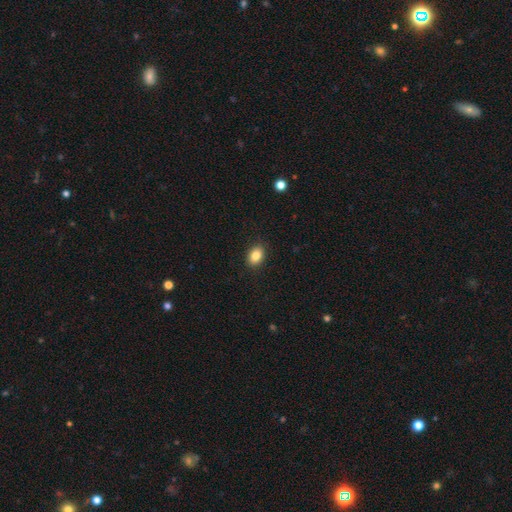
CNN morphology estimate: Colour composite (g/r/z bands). It shows a smooth galaxy with no disk features (85%) that is in between round and cigar-shaped (76%). Merging: none (90%).